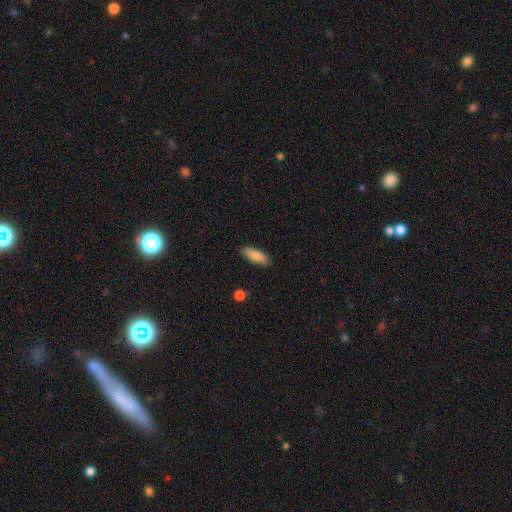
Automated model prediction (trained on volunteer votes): smooth-or-featured: smooth: 83% | featured or disk: 11% | star or artifact: 6%
  how-rounded: in between: 58% | cigar-shaped: 40% | round: 2%
  merging: none: 88% | minor disturbance: 9% | major disturbance: 2% | merger: 1%